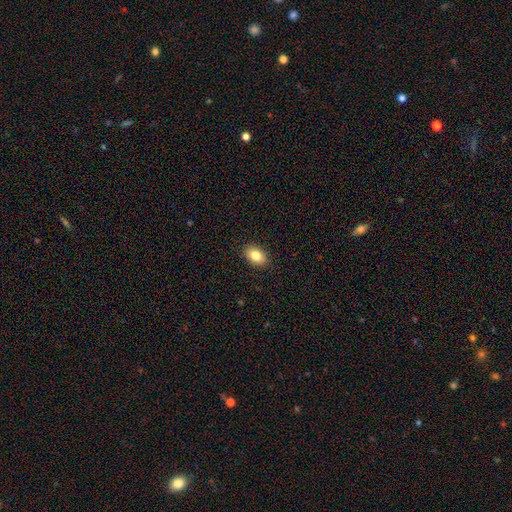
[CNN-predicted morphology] The model was most divided on "smooth or featured": smooth: 85%, star or artifact: 8%, featured or disk: 7%. More confident: merging — none (89%); how rounded — in between (89%).